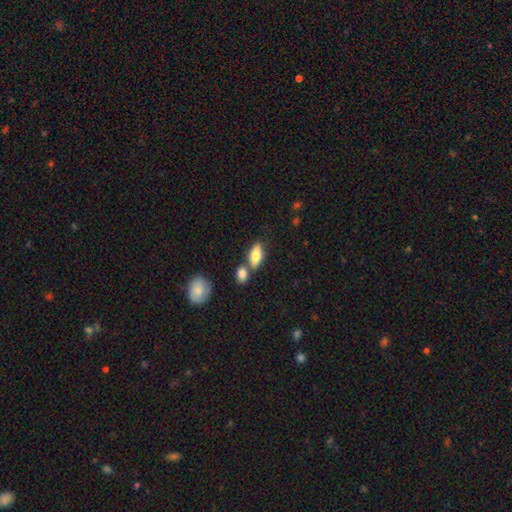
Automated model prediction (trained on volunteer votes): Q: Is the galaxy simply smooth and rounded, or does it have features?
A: smooth — 71%.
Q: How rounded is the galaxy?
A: in between — 76%.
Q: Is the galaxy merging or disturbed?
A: none — 60%.